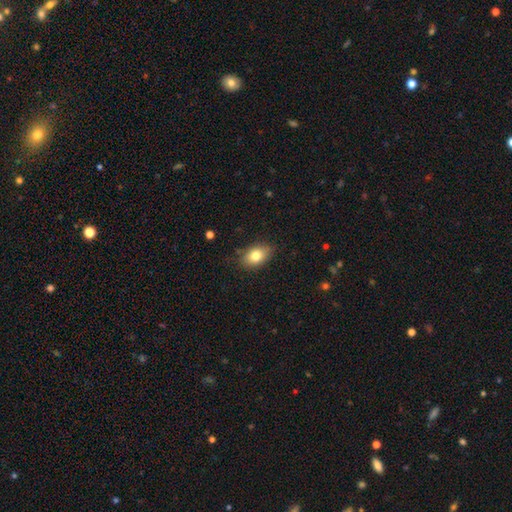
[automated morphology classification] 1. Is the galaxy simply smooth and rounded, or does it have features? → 80% smooth, 12% featured or disk, 9% star or artifact.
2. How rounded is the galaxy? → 84% in between, 14% round, 2% cigar-shaped.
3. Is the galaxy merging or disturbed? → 80% none, 15% minor disturbance, 3% major disturbance, 1% merger.